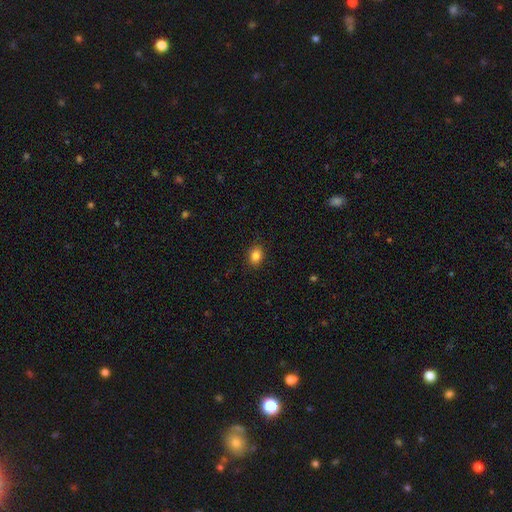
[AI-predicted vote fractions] The model was most divided on "how rounded": in between: 65%, round: 34%, cigar-shaped: 1%. More confident: merging — none (87%); smooth or featured — smooth (84%).